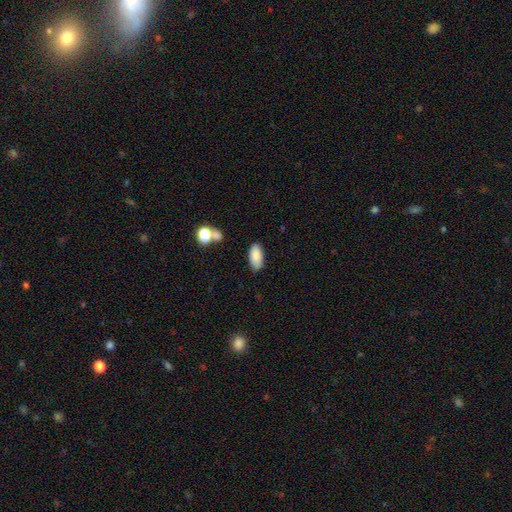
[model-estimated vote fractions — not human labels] Overall: smooth (86%). How rounded: in between (90%). Merging: none (83%).